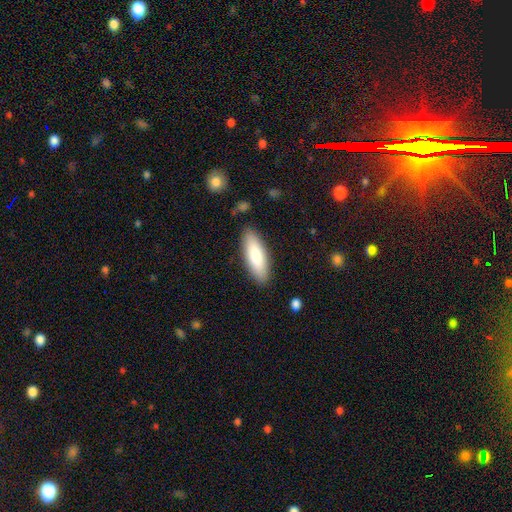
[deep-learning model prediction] smooth_or_featured: smooth (p=0.81) [alt: featured or disk p=0.14]
how_rounded: in between (p=0.56) [alt: cigar-shaped p=0.42]
merging: none (p=0.87) [alt: minor disturbance p=0.09]